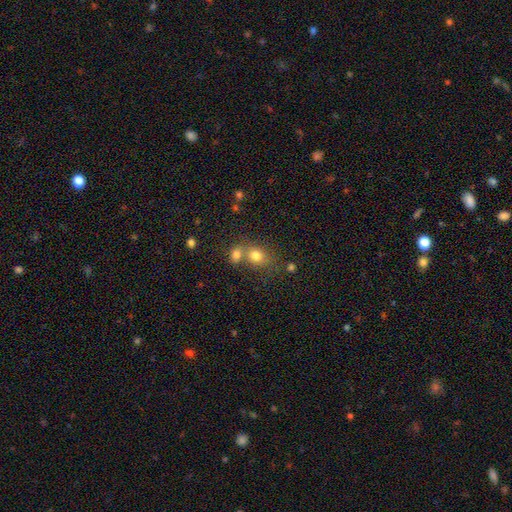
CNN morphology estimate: Smooth or featured?
  - smooth: 76% *
  - star or artifact: 13%
  - featured or disk: 10%
How rounded?
  - round: 58% *
  - in between: 41%
  - cigar-shaped: 1%
Merging?
  - merger: 45% *
  - none: 42%
  - minor disturbance: 9%
  - major disturbance: 4%